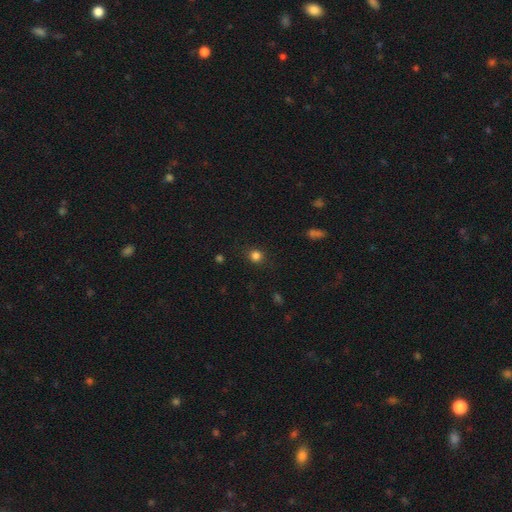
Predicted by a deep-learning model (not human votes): The model was most divided on "smooth or featured": smooth: 82%, star or artifact: 14%, featured or disk: 4%. More confident: how rounded — round (88%); merging — none (87%).